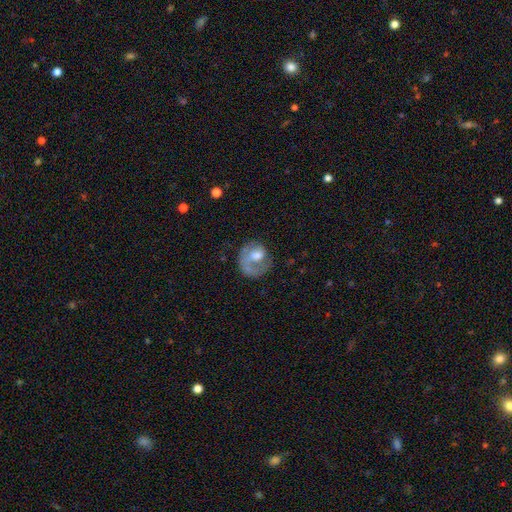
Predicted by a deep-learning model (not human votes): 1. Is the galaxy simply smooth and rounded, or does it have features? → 54% featured or disk, 37% smooth, 8% star or artifact.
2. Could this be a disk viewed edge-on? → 97% no, 3% yes.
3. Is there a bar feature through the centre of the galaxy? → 70% no, 25% weak, 5% strong.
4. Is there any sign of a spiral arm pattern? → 62% yes, 38% no.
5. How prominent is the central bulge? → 49% moderate, 22% large, 16% small, 11% none, 3% dominant.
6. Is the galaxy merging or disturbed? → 44% none, 33% major disturbance, 20% minor disturbance, 4% merger.